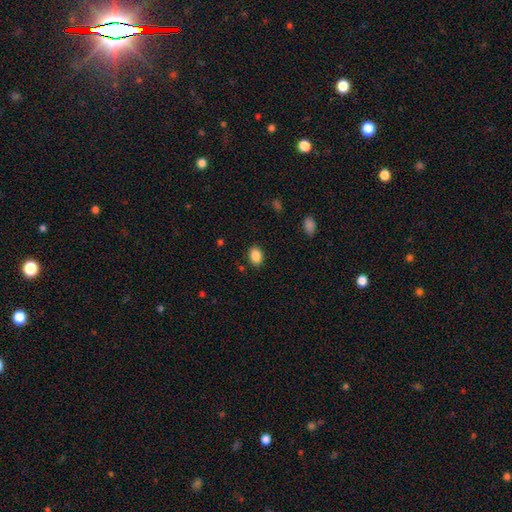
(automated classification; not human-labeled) Smooth or featured: smooth — 88% (star or artifact — 9%)
How rounded: in between — 72% (round — 27%)
Merging: none — 87% (minor disturbance — 9%)